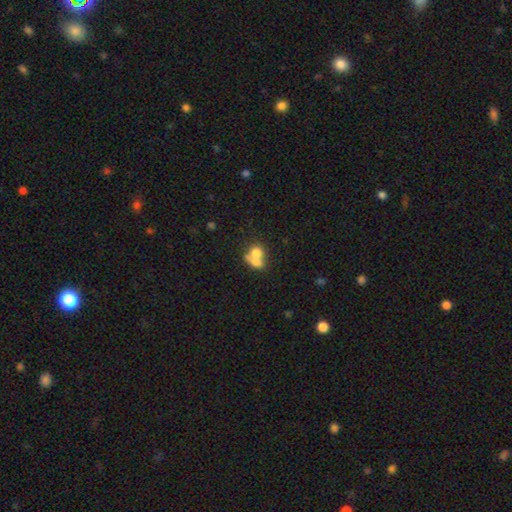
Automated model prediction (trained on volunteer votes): Smooth or featured?
  - smooth: 66% *
  - featured or disk: 24%
  - star or artifact: 10%
How rounded?
  - round: 62% *
  - in between: 37%
  - cigar-shaped: 1%
Merging?
  - merger: 67% *
  - none: 22%
  - minor disturbance: 6%
  - major disturbance: 5%